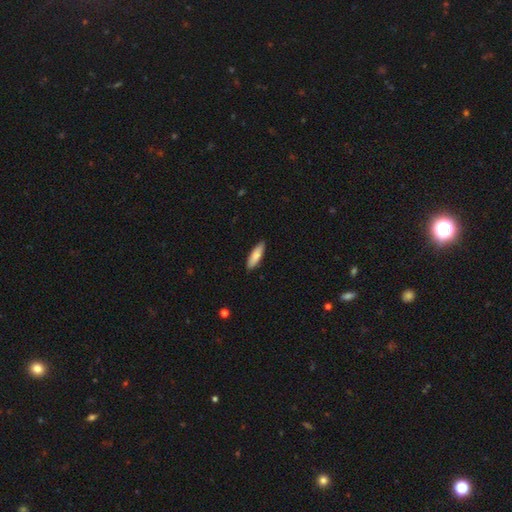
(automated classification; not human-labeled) Smooth or featured?
  - smooth: 84% *
  - featured or disk: 11%
  - star or artifact: 5%
How rounded?
  - cigar-shaped: 58% *
  - in between: 41%
  - round: 1%
Merging?
  - none: 89% *
  - minor disturbance: 9%
  - major disturbance: 2%
  - merger: 1%